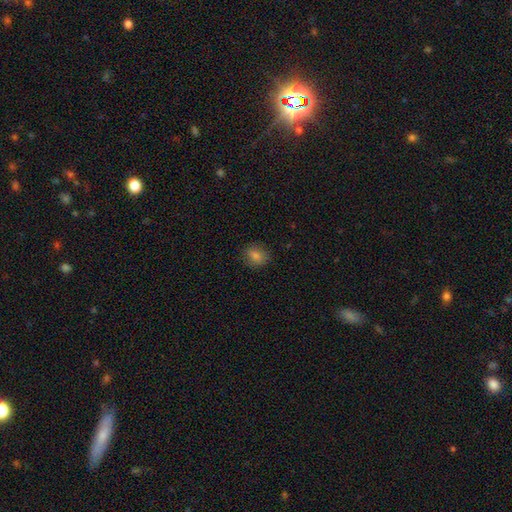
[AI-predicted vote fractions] Smooth or featured? smooth (78%)
How rounded? round (56%)
Merging? none (84%)